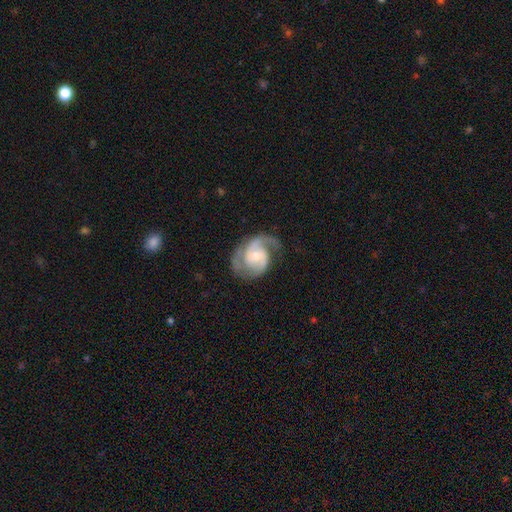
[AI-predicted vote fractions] This is clearly a featured or disk galaxy (88%). It is clearly not viewed edge-on (98%). Bar: possibly no (58%). Spiral arm pattern: clearly yes (97%). Spiral arm count: likely 2 (75%). Spiral winding: possibly medium (52%). Central bulge: possibly moderate (53%). Merging: likely none (62%).